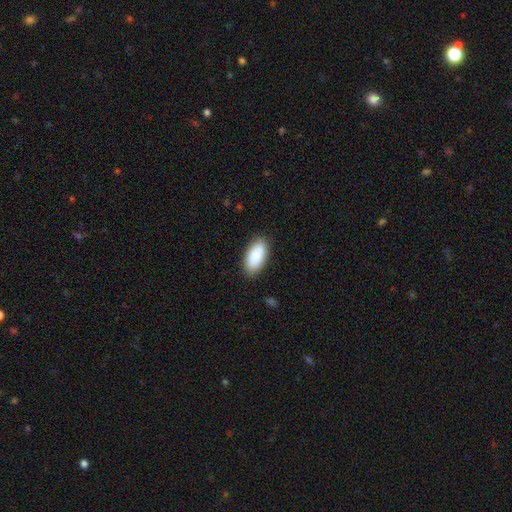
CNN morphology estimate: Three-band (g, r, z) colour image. It shows a smooth galaxy with no disk features (89%) that is in between round and cigar-shaped (93%). Merging: none (85%).